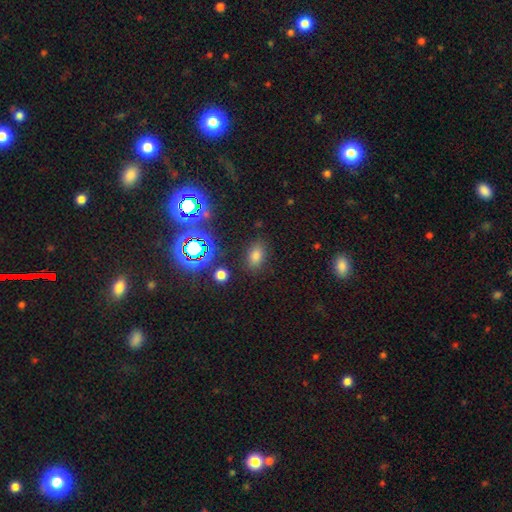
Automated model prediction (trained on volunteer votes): Overall: smooth (72%). How rounded: in between (81%). Merging: none (83%).